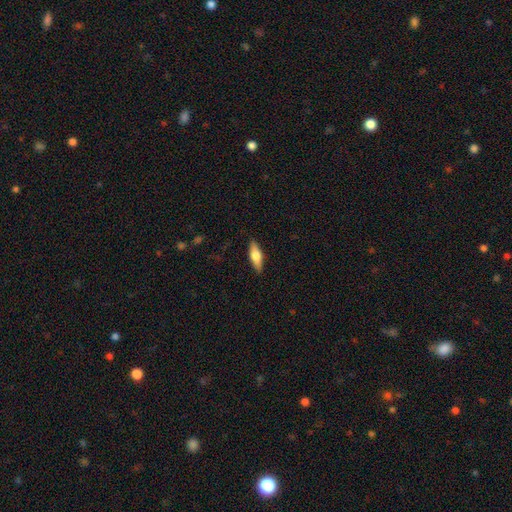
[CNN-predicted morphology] Smooth or featured? Predicted: smooth (p=0.54). How rounded? Predicted: in between (p=0.54). Merging? Predicted: none (p=0.89).